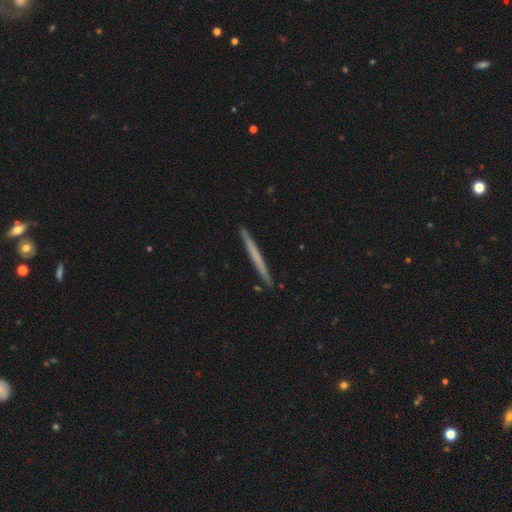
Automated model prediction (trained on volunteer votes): Smooth or featured?
  - smooth: 52% *
  - featured or disk: 43%
  - star or artifact: 5%
How rounded?
  - cigar-shaped: 97% *
  - in between: 1%
  - round: 1%
Merging?
  - none: 92% *
  - minor disturbance: 5%
  - merger: 1%
  - major disturbance: 1%